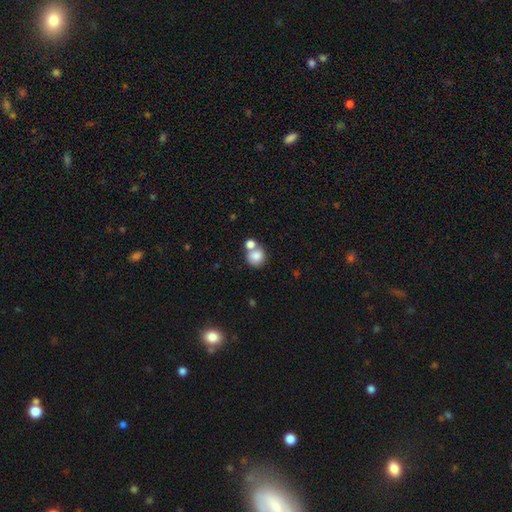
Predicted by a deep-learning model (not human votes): smooth_or_featured: smooth (p=0.81) [alt: featured or disk p=0.09]
how_rounded: round (p=0.83) [alt: in between p=0.16]
merging: none (p=0.47) [alt: merger p=0.39]